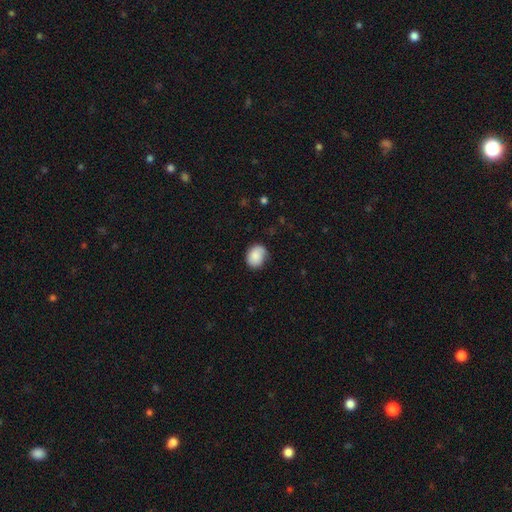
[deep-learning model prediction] Q: Smooth or featured?
A: smooth (85%); runner-up: featured or disk (8%)
Q: How rounded?
A: in between (53%); runner-up: round (46%)
Q: Merging?
A: none (75%); runner-up: minor disturbance (20%)